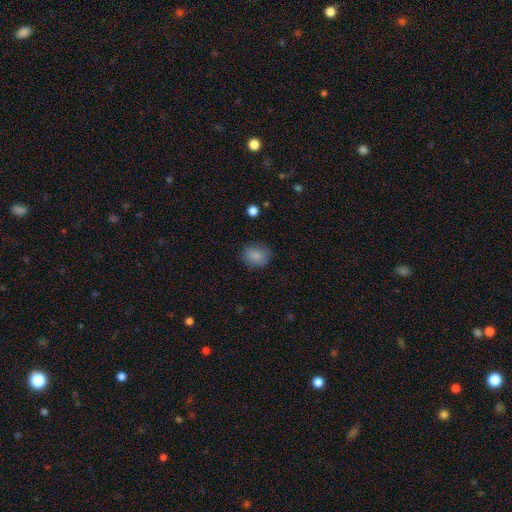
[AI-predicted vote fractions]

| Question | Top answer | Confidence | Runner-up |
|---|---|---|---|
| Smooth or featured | smooth | 86% | star or artifact (9%) |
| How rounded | round | 51% | in between (48%) |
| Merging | none | 80% | minor disturbance (15%) |